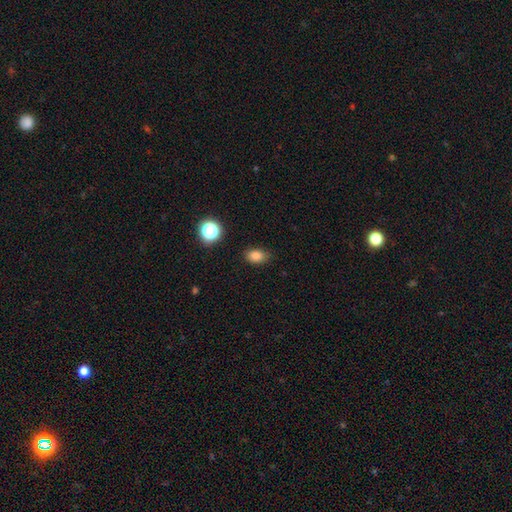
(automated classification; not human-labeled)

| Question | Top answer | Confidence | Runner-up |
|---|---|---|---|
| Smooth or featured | smooth | 82% | star or artifact (13%) |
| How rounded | in between | 78% | round (21%) |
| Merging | none | 82% | minor disturbance (14%) |